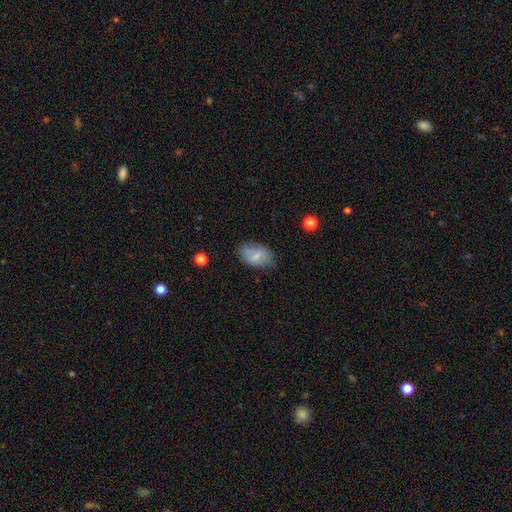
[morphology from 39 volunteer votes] Smooth or featured?
  - smooth: 67% *
  - featured or disk: 26%
  - star or artifact: 8%
How rounded?
  - in between: 92% *
  - round: 8%
  - cigar-shaped: 0%
Merging?
  - none: 86% *
  - minor disturbance: 6%
  - major disturbance: 6%
  - merger: 3%